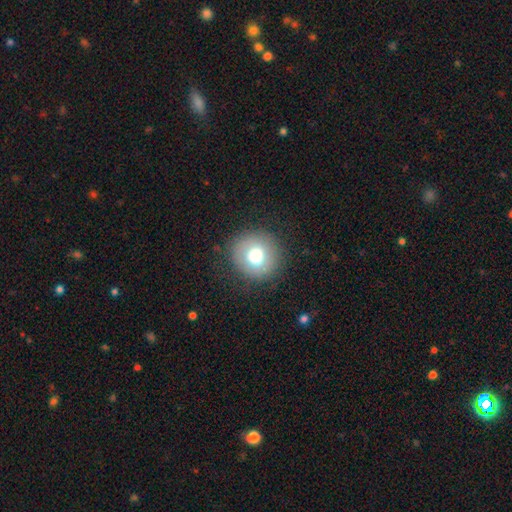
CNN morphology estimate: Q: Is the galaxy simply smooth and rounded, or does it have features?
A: smooth — 75%.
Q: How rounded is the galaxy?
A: round — 92%.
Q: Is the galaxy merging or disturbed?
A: none — 84%.